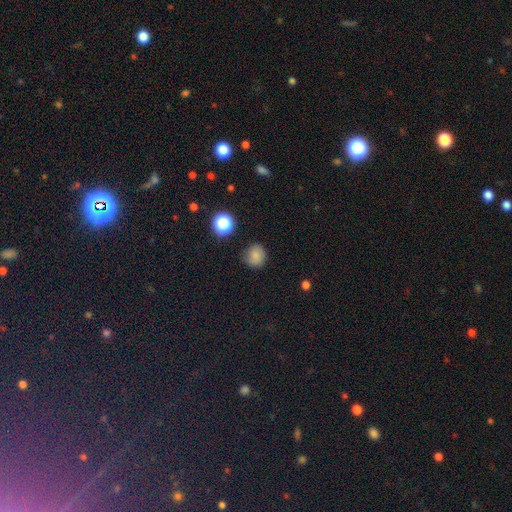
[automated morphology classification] This is likely a smooth galaxy (80%). How rounded: clearly round (88%). Merging: clearly none (81%).